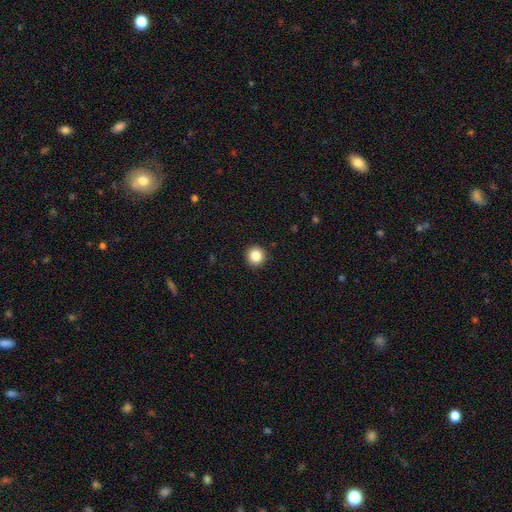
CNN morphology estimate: This appears to be a smooth galaxy with no disk features (86%) that is round (95%). Merging: none (93%).